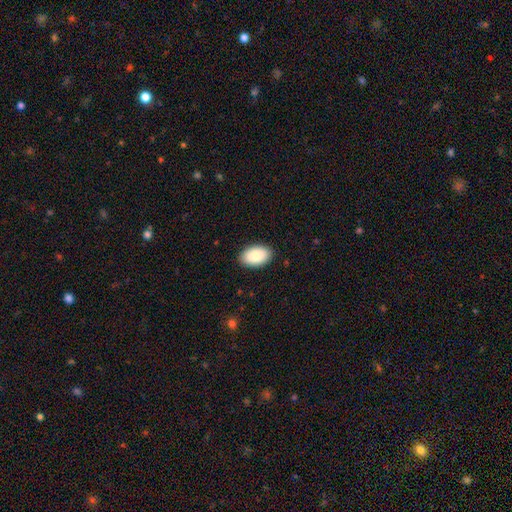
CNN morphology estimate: Smooth or featured?
  - smooth: 87% *
  - featured or disk: 7%
  - star or artifact: 6%
How rounded?
  - in between: 93% *
  - round: 5%
  - cigar-shaped: 1%
Merging?
  - none: 89% *
  - minor disturbance: 8%
  - major disturbance: 2%
  - merger: 1%